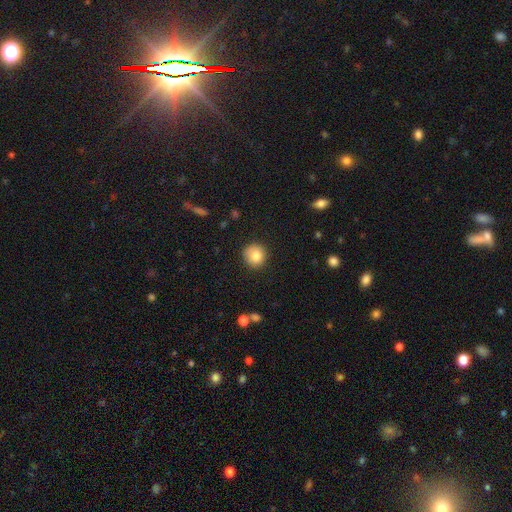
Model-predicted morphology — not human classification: smooth-or-featured: smooth: 82% | star or artifact: 9% | featured or disk: 8%
  how-rounded: round: 92% | in between: 7% | cigar-shaped: 1%
  merging: none: 84% | minor disturbance: 12% | major disturbance: 3% | merger: 1%